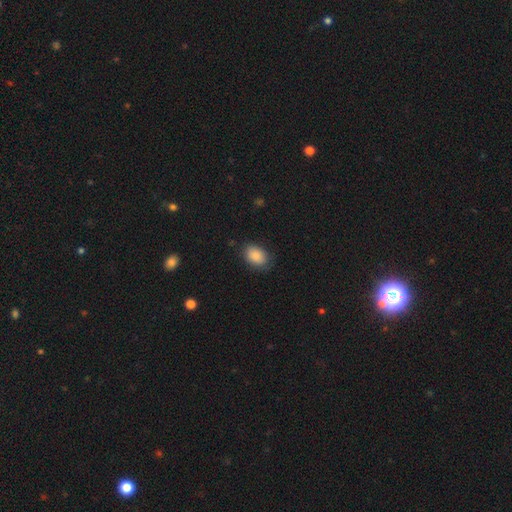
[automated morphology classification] smooth-or-featured: smooth: 88% | star or artifact: 7% | featured or disk: 5%
  how-rounded: in between: 81% | round: 18% | cigar-shaped: 1%
  merging: none: 81% | minor disturbance: 14% | major disturbance: 3% | merger: 1%